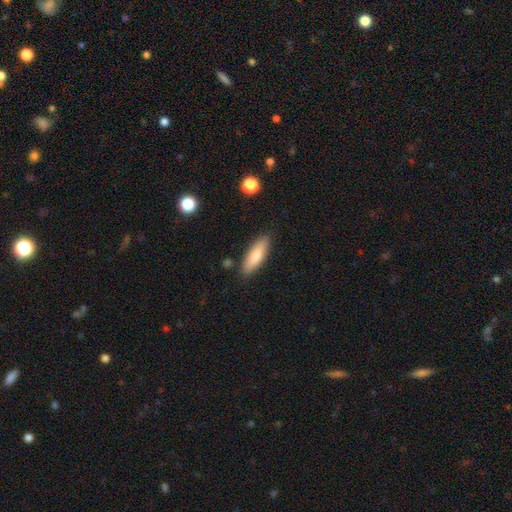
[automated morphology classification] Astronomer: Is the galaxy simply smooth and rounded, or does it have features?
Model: smooth — 78%.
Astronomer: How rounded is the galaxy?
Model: in between — 54% (runner-up: cigar-shaped, 44%).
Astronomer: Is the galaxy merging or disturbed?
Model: none — 86%.